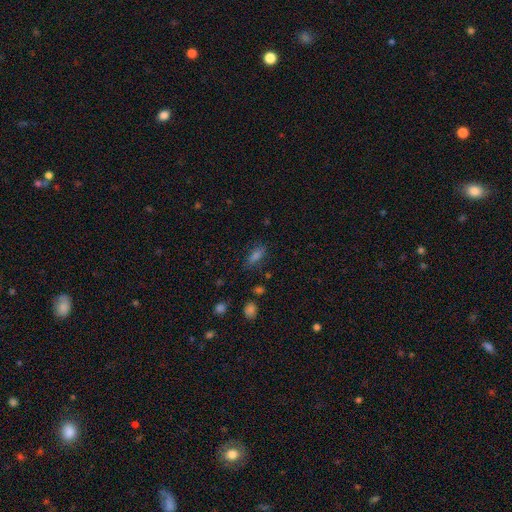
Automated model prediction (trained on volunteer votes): This is likely a smooth galaxy (63%). How rounded: likely in between (66%). Merging: likely none (78%).